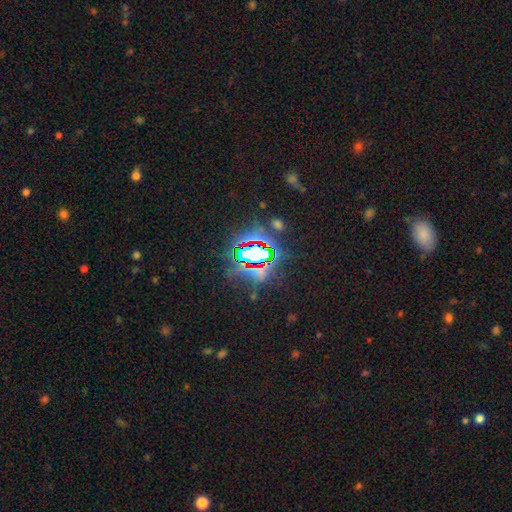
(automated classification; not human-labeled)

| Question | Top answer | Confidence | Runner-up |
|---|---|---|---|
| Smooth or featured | star or artifact | 76% | smooth (14%) |